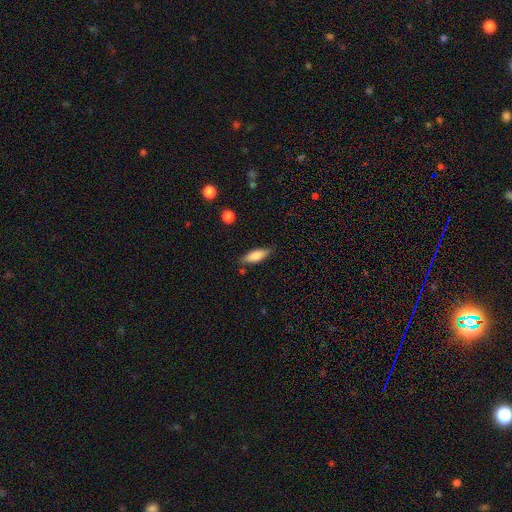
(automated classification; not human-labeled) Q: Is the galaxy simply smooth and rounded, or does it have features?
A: smooth — 78%.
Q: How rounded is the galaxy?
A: in between — 62%.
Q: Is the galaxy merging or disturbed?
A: none — 79%.